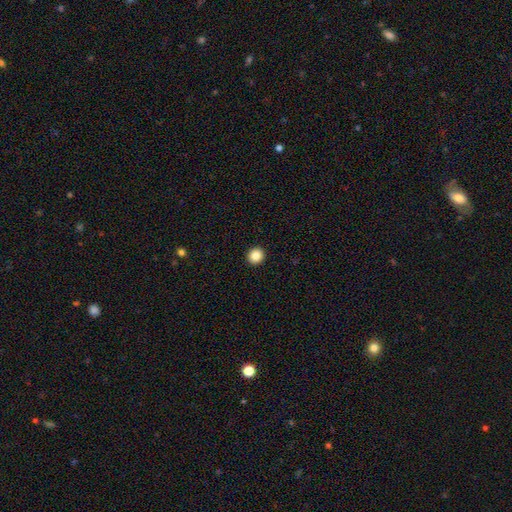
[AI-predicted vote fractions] The model was most divided on "smooth or featured": smooth: 86%, star or artifact: 10%, featured or disk: 4%. More confident: merging — none (94%); how rounded — round (91%).